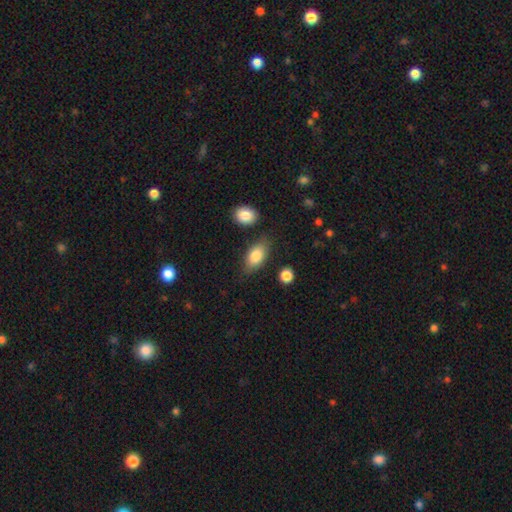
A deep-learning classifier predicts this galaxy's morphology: A smooth galaxy with no disk features (82%) that is in between round and cigar-shaped (89%). Merging: none (75%).